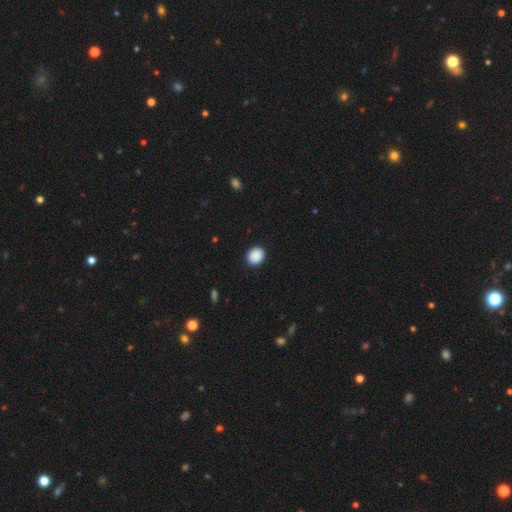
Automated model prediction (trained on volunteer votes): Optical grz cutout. It shows a smooth galaxy with no disk features (90%) that is round (67%). Merging: none (91%).